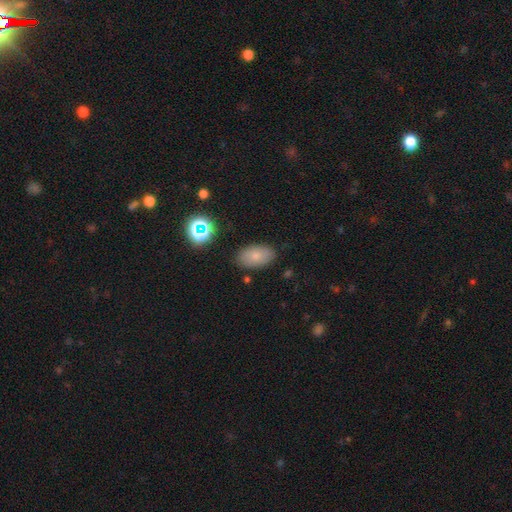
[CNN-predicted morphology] This is likely a smooth galaxy (76%). How rounded: clearly in between (91%). Merging: clearly none (84%).